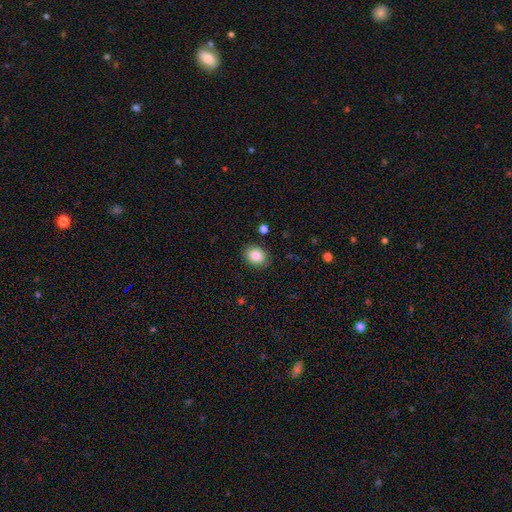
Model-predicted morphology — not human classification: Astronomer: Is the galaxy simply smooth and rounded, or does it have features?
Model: smooth — 85%.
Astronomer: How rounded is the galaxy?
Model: round — 53% (runner-up: in between, 47%).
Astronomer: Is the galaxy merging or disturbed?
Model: none — 87%.